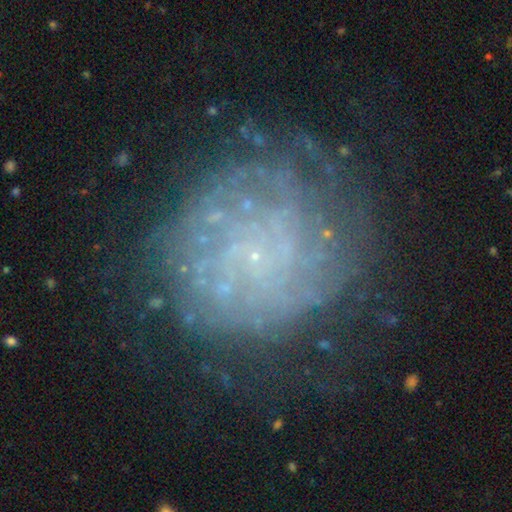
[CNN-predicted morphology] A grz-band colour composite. It shows a featured or disk galaxy (65%) with no bar (86%), spiral arms (63%) and a small central bulge (65%). Merging: none (66%).